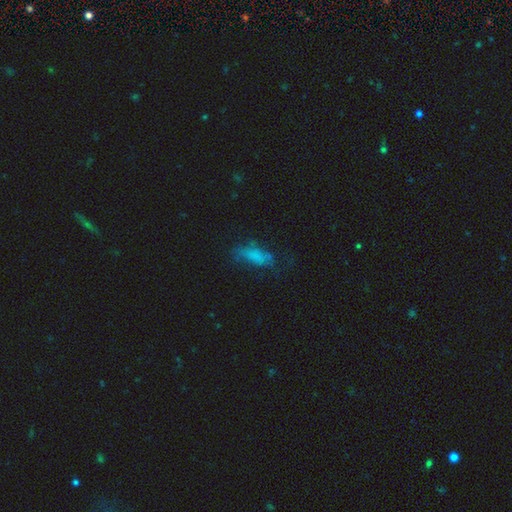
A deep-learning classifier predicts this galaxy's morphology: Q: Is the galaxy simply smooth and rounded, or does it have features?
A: smooth — 62%.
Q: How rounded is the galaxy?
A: in between — 62%.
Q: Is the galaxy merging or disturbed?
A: none — 44%.